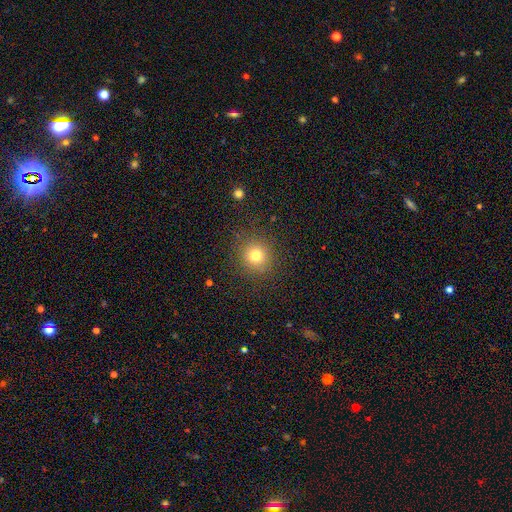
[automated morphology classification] smooth_or_featured: smooth (p=0.76) [alt: star or artifact p=0.16]
how_rounded: round (p=0.93) [alt: in between p=0.06]
merging: none (p=0.89) [alt: minor disturbance p=0.07]